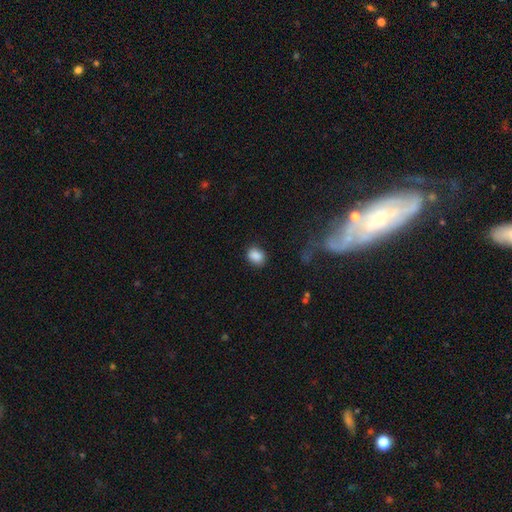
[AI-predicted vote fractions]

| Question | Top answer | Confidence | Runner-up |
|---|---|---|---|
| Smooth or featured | smooth | 87% | star or artifact (9%) |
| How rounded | in between | 64% | round (35%) |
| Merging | none | 80% | minor disturbance (14%) |